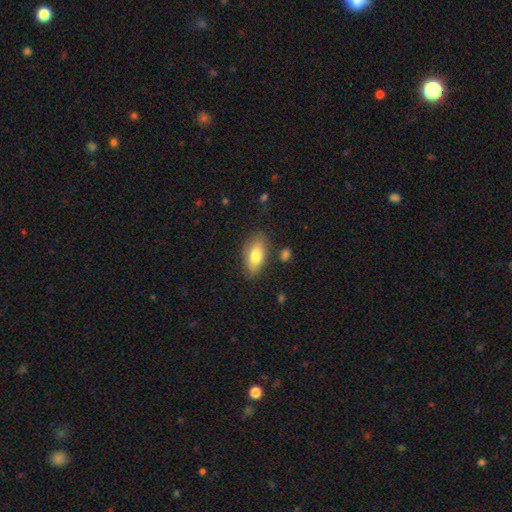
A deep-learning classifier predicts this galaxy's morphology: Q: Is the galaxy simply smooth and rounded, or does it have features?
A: smooth — 78%.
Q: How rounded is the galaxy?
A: in between — 90%.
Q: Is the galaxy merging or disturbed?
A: none — 77%.